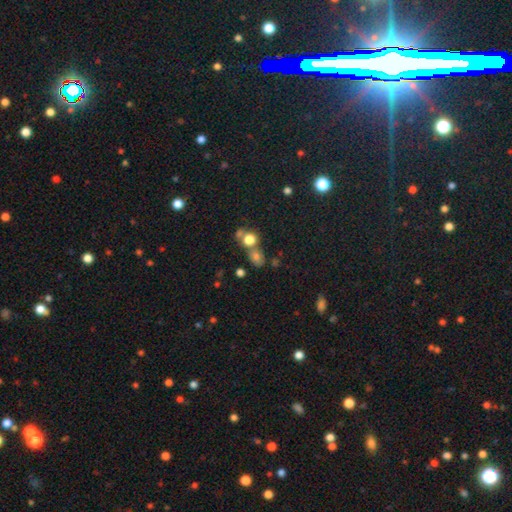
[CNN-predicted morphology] smooth-or-featured: smooth: 60% | star or artifact: 28% | featured or disk: 12%
  how-rounded: round: 71% | in between: 27% | cigar-shaped: 2%
  merging: none: 54% | merger: 31% | minor disturbance: 10% | major disturbance: 6%